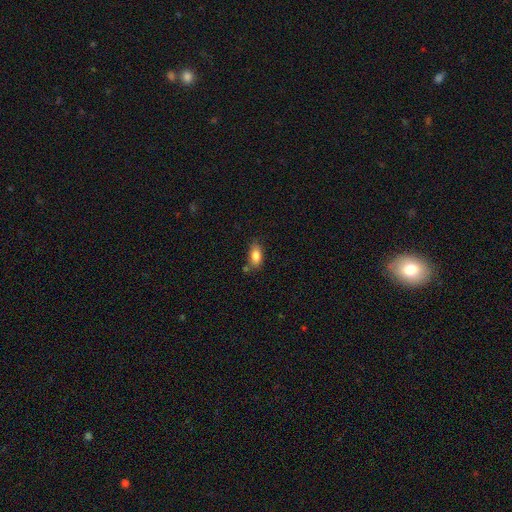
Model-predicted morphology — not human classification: Smooth or featured: smooth — 82% (featured or disk — 10%)
How rounded: in between — 89% (cigar-shaped — 6%)
Merging: none — 69% (minor disturbance — 18%)